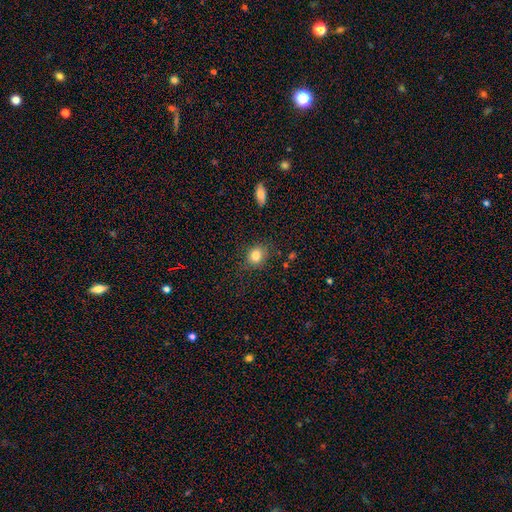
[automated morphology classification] This is clearly a smooth galaxy (83%). How rounded: likely round (63%). Merging: likely none (80%).